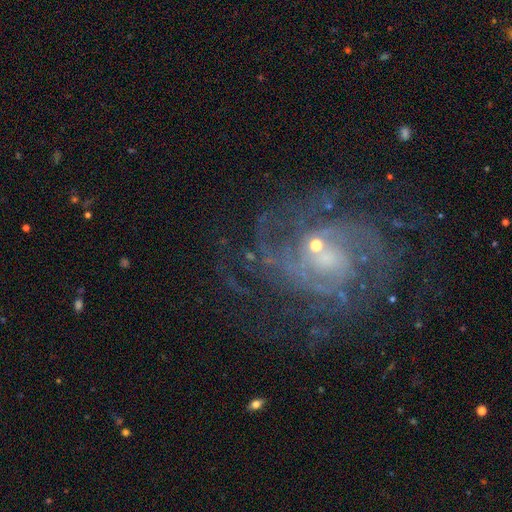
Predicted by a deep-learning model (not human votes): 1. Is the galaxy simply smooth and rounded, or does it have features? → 82% featured or disk, 11% star or artifact, 7% smooth.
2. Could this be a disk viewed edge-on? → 98% no, 2% yes.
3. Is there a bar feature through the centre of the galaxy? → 57% no, 35% weak, 8% strong.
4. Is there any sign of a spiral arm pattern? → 93% yes, 7% no.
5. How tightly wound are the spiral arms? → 47% tight, 40% medium, 14% loose.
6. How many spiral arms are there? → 32% can't tell, 21% 2, 18% 3, 13% 4, 9% more than 4, 8% 1.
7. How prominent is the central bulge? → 62% small, 28% moderate, 7% none, 2% large, 1% dominant.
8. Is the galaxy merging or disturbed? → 65% none, 15% major disturbance, 15% minor disturbance, 4% merger.